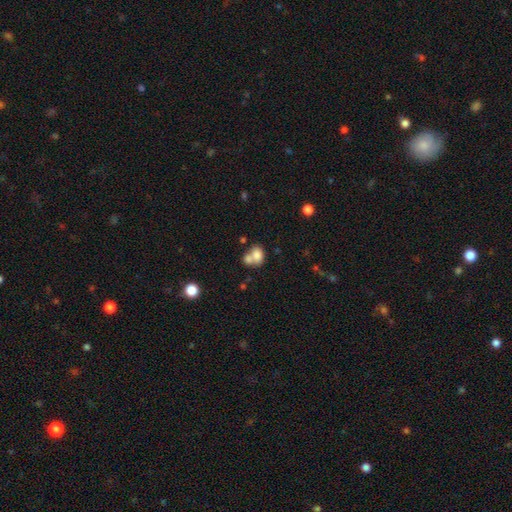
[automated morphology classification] Smooth or featured? Predicted: smooth (p=0.78). How rounded? Predicted: in between (p=0.66). Merging? Predicted: merger (p=0.58).